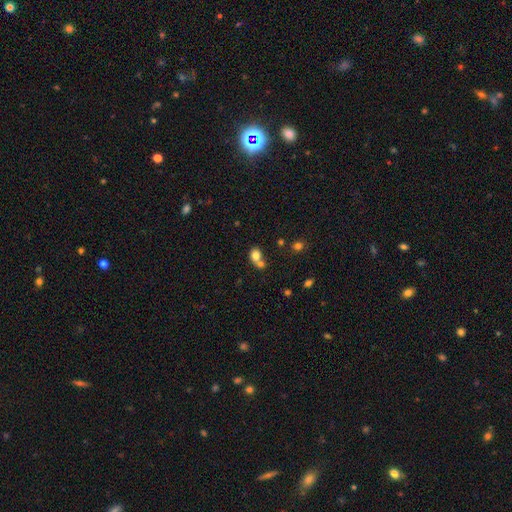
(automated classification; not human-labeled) The model was most divided on "how rounded": round: 57%, in between: 42%, cigar-shaped: 1%. More confident: smooth or featured — smooth (78%); merging — merger (52%).